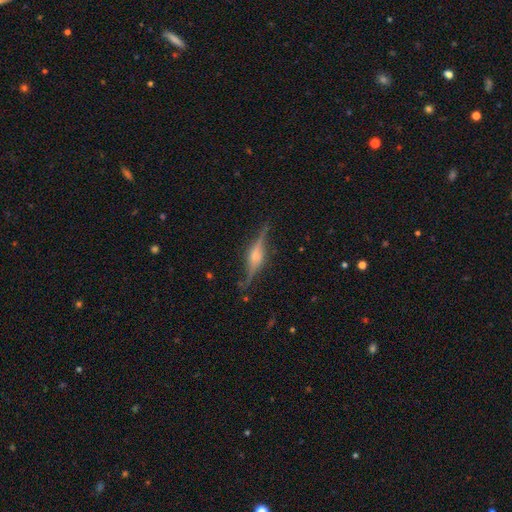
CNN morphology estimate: Overall: featured or disk (83%). Edge-on disk: yes (93%). Edge-on bulge: rounded (80%). Merging: none (80%).